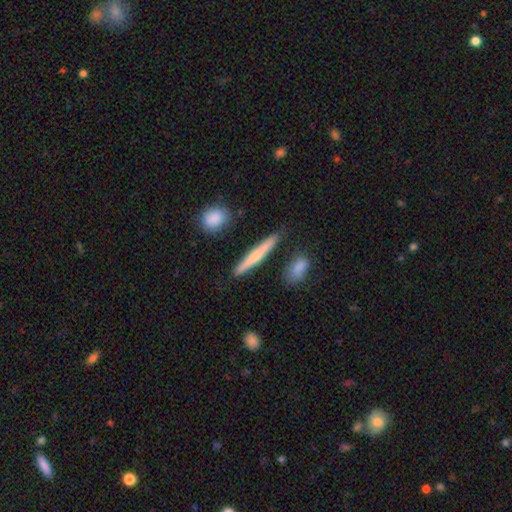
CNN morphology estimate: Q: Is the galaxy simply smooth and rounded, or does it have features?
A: smooth — 54%.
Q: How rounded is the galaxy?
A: cigar-shaped — 92%.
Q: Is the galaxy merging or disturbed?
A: none — 86%.